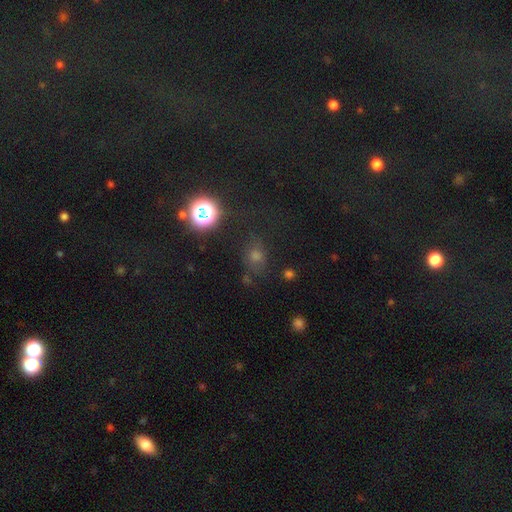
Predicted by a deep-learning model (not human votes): This appears to be a smooth galaxy with no disk features (48%). Merging: none (72%).